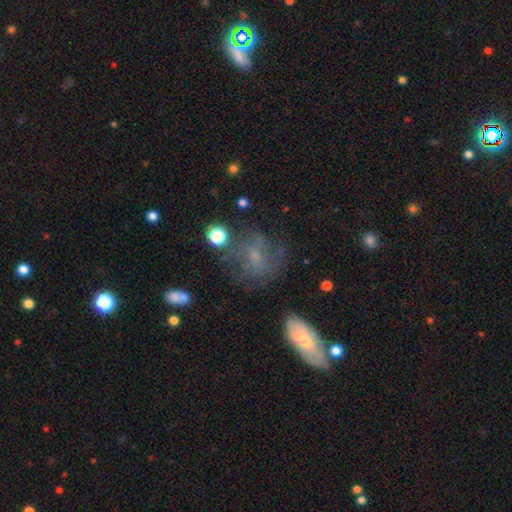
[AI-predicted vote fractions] Overall: smooth (43%; featured or disk 39%). Merging: none (57%; minor disturbance 20%).